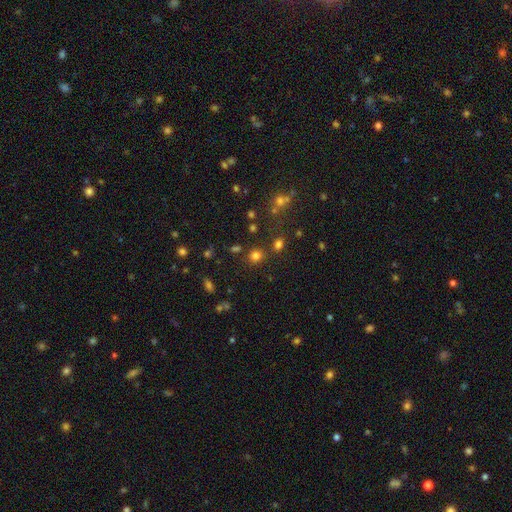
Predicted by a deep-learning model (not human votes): Q: Smooth or featured?
A: smooth (74%); runner-up: star or artifact (20%)
Q: How rounded?
A: round (86%); runner-up: in between (13%)
Q: Merging?
A: none (80%); runner-up: minor disturbance (8%)